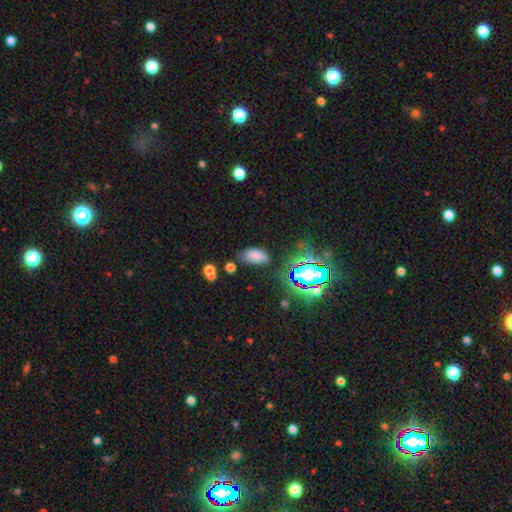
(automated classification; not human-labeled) Smooth or featured? smooth (71%)
How rounded? in between (93%)
Merging? none (68%)